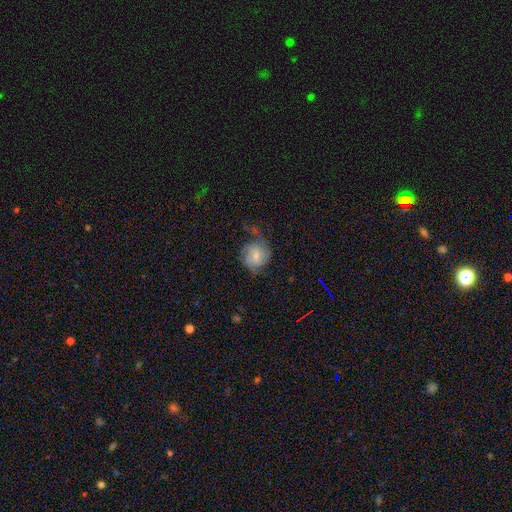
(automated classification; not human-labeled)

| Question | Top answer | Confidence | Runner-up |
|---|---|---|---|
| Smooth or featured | smooth | 47% | featured or disk (46%) |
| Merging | none | 43% | minor disturbance (28%) |